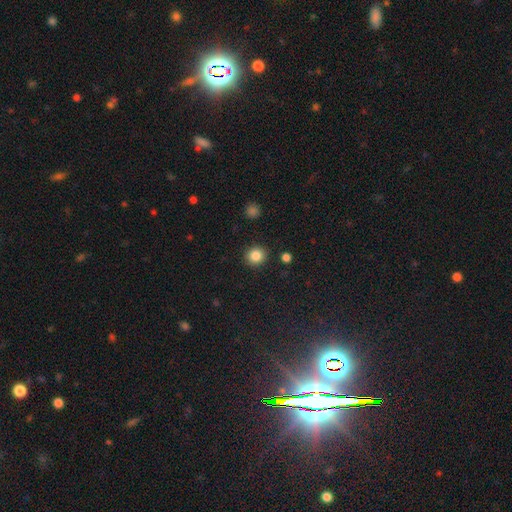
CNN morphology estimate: Smooth or featured: smooth — 85% (star or artifact — 10%)
How rounded: round — 88% (in between — 11%)
Merging: none — 91% (minor disturbance — 6%)